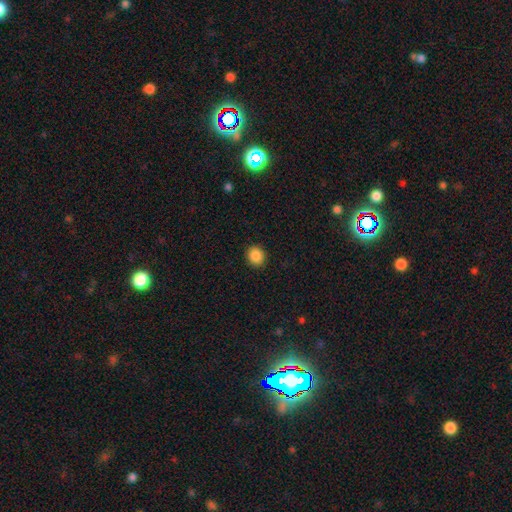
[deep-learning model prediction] A smooth galaxy with no disk features (88%) that is round (77%). Merging: none (92%).